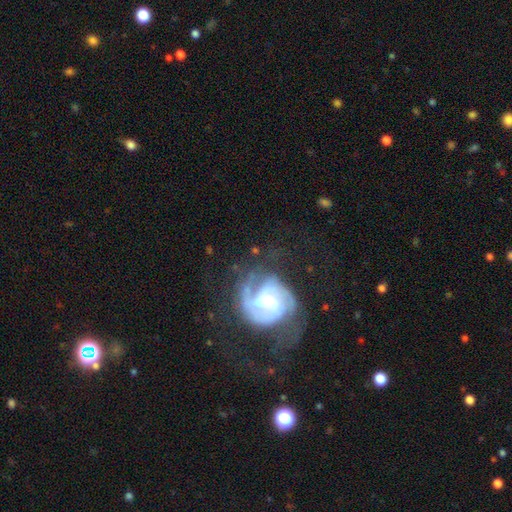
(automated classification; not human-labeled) A featured or disk galaxy (83%) with a weak bar (43%), 2 (76%) medium (43%) spiral arms (94%) and a moderate central bulge (52%).

Vote fractions:
- Smooth or featured? featured or disk: 83% / smooth: 9% / star or artifact: 8%
- Edge-on disk? no: 97% / yes: 3%
- Bar? weak: 43% / no: 30% / strong: 27%
- Spiral arms? yes: 94% / no: 6%
- Spiral winding? medium: 43% / tight: 39% / loose: 17%
- Spiral arm count? 2: 76% / can't tell: 11% / 3: 5% / 1: 4% / 4: 2% / more than 4: 2%
- Bulge size? moderate: 52% / small: 36% / large: 9% / none: 2% / dominant: 2%
- Merging? none: 66% / major disturbance: 17% / minor disturbance: 15% / merger: 2%